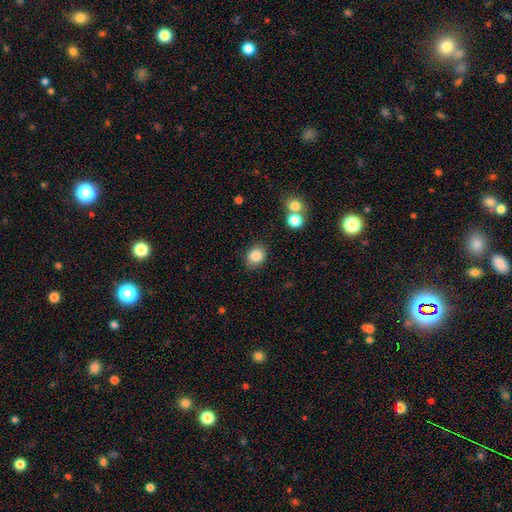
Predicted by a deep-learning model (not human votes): This is clearly a smooth galaxy (85%). How rounded: possibly round (56%). Merging: clearly none (81%).